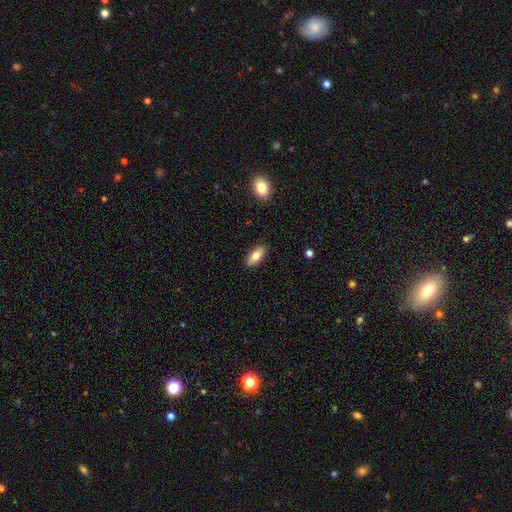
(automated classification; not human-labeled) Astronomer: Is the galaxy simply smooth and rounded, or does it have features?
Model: smooth — 79%.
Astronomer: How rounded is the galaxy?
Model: in between — 84%.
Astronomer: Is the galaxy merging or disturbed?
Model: none — 88%.